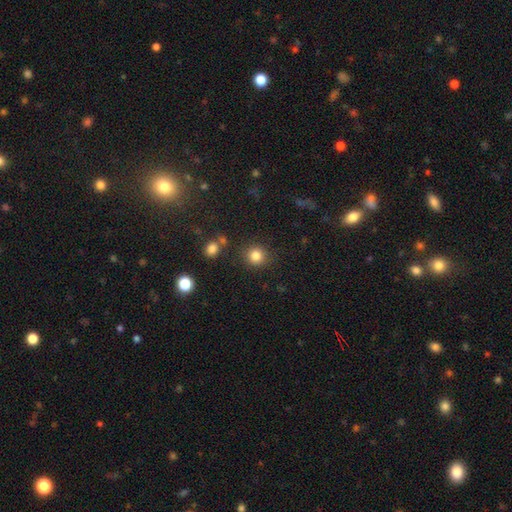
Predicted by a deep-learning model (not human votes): smooth 83%, star or artifact 12%, featured or disk 5%. Down the decision tree: how rounded — round (92%); merging — none (87%).